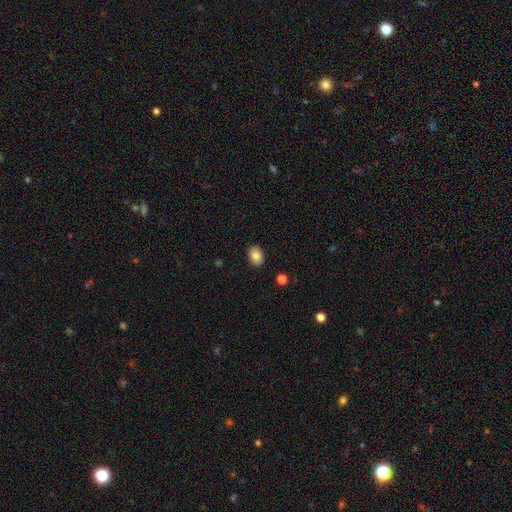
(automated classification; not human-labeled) smooth_or_featured: smooth (p=0.86) [alt: star or artifact p=0.08]
how_rounded: in between (p=0.75) [alt: round p=0.24]
merging: none (p=0.89) [alt: minor disturbance p=0.08]